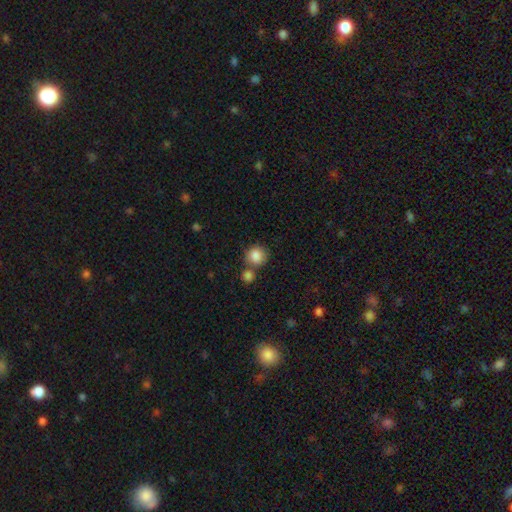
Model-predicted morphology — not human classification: smooth 85%, star or artifact 8%, featured or disk 6%. Down the decision tree: how rounded — round (88%); merging — none (63%).